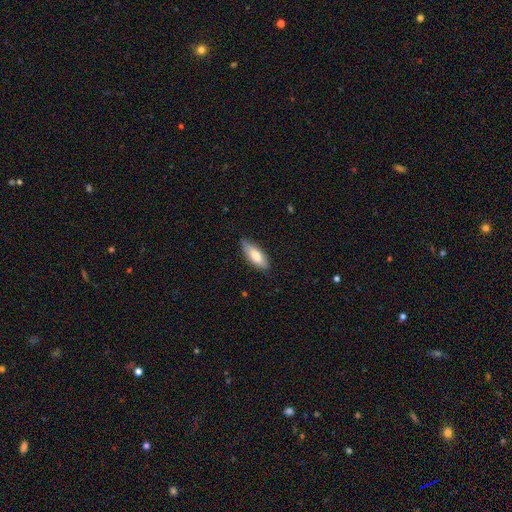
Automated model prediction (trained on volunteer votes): Smooth or featured? smooth (79%)
How rounded? in between (69%)
Merging? none (81%)